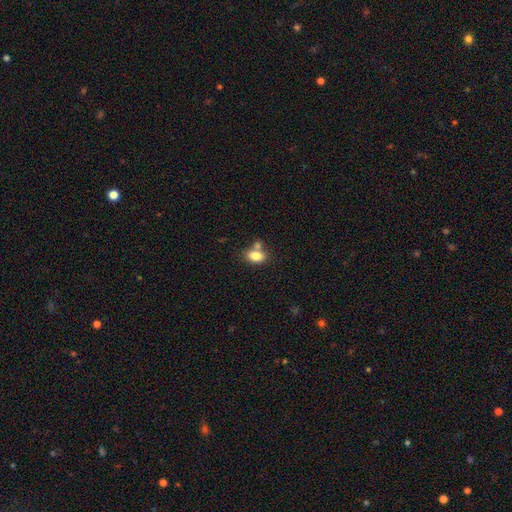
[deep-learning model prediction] smooth_or_featured: smooth (p=0.82) [alt: featured or disk p=0.09]
how_rounded: in between (p=0.84) [alt: round p=0.14]
merging: none (p=0.52) [alt: merger p=0.33]